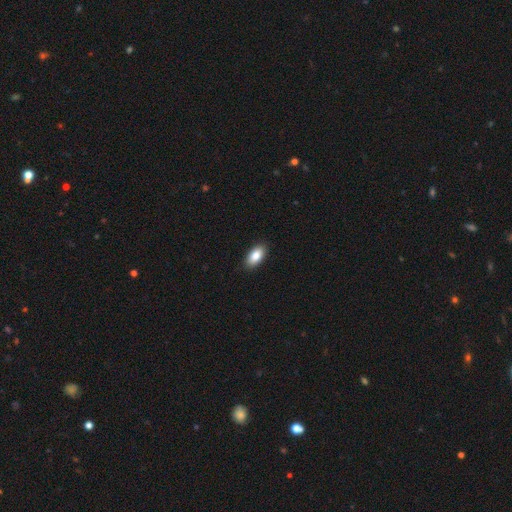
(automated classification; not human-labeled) The model was most divided on "smooth or featured": smooth: 86%, featured or disk: 7%, star or artifact: 7%. More confident: how rounded — in between (92%); merging — none (90%).